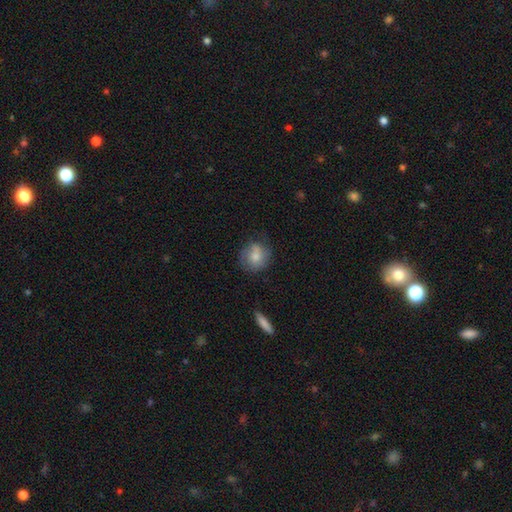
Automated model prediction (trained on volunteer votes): Overall: smooth (74%). How rounded: round (80%). Merging: none (67%).